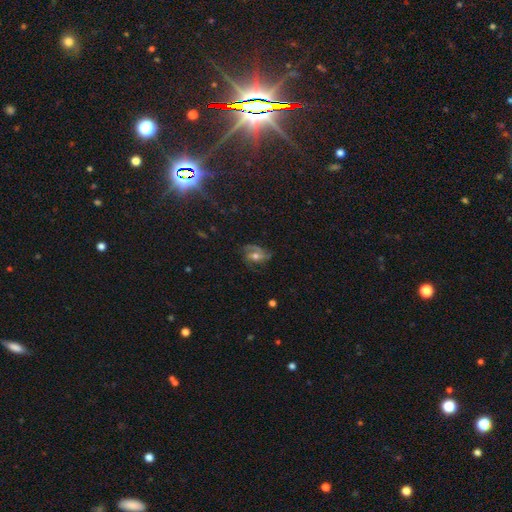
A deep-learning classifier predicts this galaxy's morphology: smooth_or_featured: featured or disk (p=0.61) [alt: smooth p=0.26]
disk_edge_on: no (p=0.96) [alt: yes p=0.04]
bar: no (p=0.60) [alt: weak p=0.30]
has_spiral_arms: yes (p=0.82) [alt: no p=0.18]
bulge_size: moderate (p=0.69) [alt: small p=0.21]
merging: none (p=0.56) [alt: minor disturbance p=0.25]